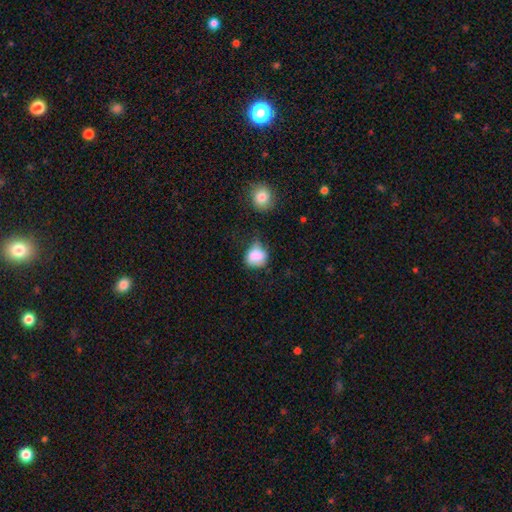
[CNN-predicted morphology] Smooth or featured?
  - smooth: 80% *
  - featured or disk: 11%
  - star or artifact: 10%
How rounded?
  - round: 62% *
  - in between: 37%
  - cigar-shaped: 1%
Merging?
  - none: 42% *
  - minor disturbance: 35%
  - major disturbance: 15%
  - merger: 8%